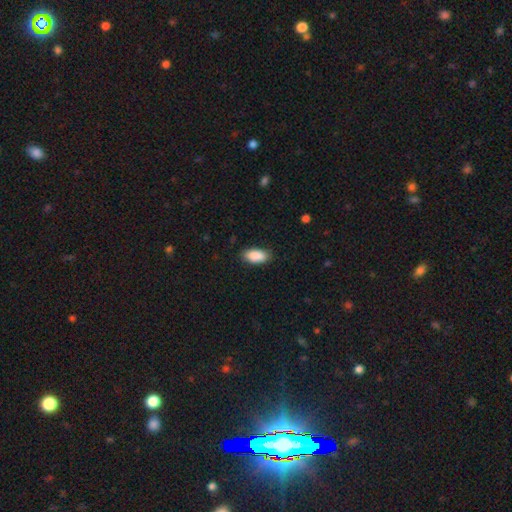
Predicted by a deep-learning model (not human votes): Overall: smooth (90%). How rounded: in between (92%). Merging: none (85%).